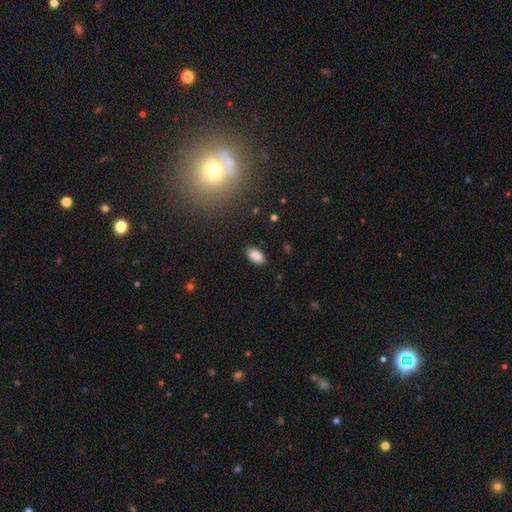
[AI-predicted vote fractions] smooth-or-featured: smooth: 88% | star or artifact: 8% | featured or disk: 4%
  how-rounded: in between: 94% | cigar-shaped: 3% | round: 3%
  merging: none: 87% | minor disturbance: 9% | major disturbance: 2% | merger: 1%